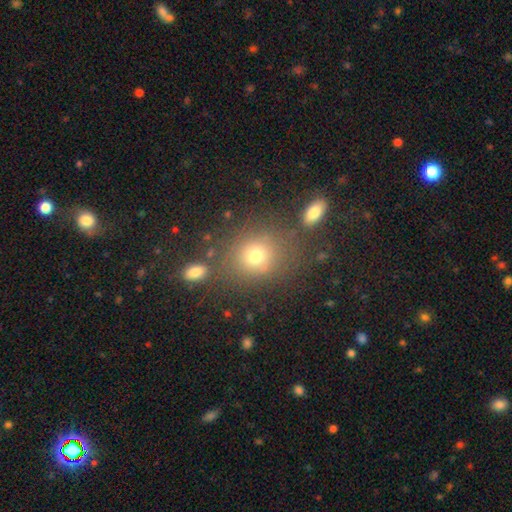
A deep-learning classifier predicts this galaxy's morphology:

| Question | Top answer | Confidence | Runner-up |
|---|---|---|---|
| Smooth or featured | smooth | 72% | star or artifact (17%) |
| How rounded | round | 73% | in between (26%) |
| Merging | none | 74% | minor disturbance (12%) |